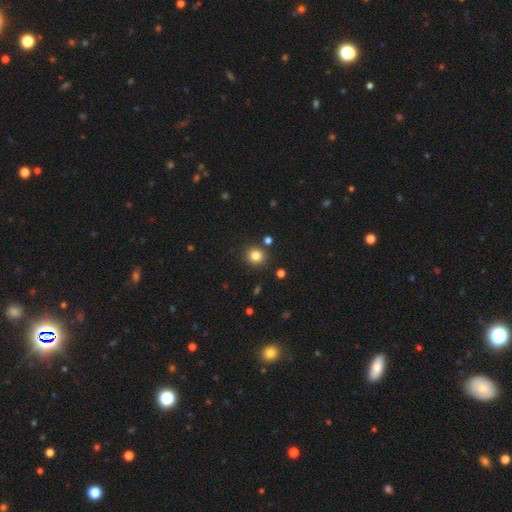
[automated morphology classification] A smooth galaxy with no disk features (82%) that is round (88%). Merging: none (87%).